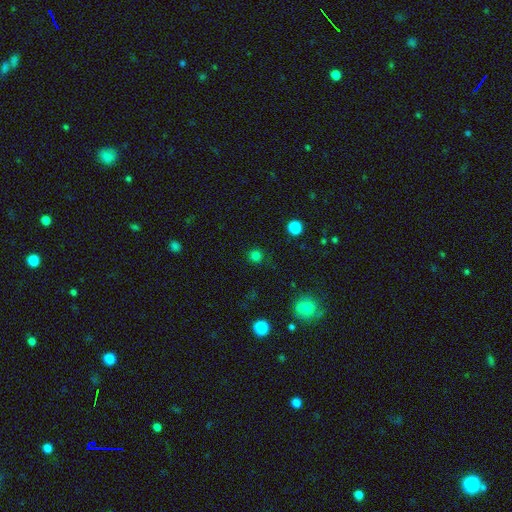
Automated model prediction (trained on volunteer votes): Smooth or featured?
  - smooth: 76% *
  - star or artifact: 20%
  - featured or disk: 4%
How rounded?
  - round: 93% *
  - in between: 6%
  - cigar-shaped: 1%
Merging?
  - none: 88% *
  - minor disturbance: 7%
  - major disturbance: 3%
  - merger: 2%